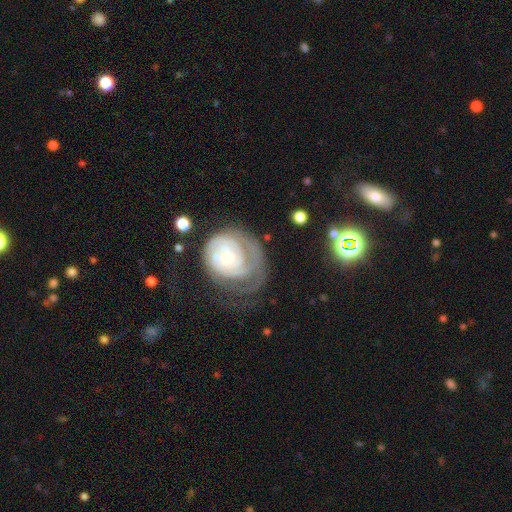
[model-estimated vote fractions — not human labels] Q: Smooth or featured?
A: featured or disk (67%); runner-up: smooth (23%)
Q: Edge-on disk?
A: no (96%); runner-up: yes (4%)
Q: Bar?
A: no (76%); runner-up: weak (19%)
Q: Spiral arms?
A: yes (72%); runner-up: no (28%)
Q: Bulge size?
A: small (57%); runner-up: moderate (36%)
Q: Merging?
A: none (46%); runner-up: major disturbance (28%)